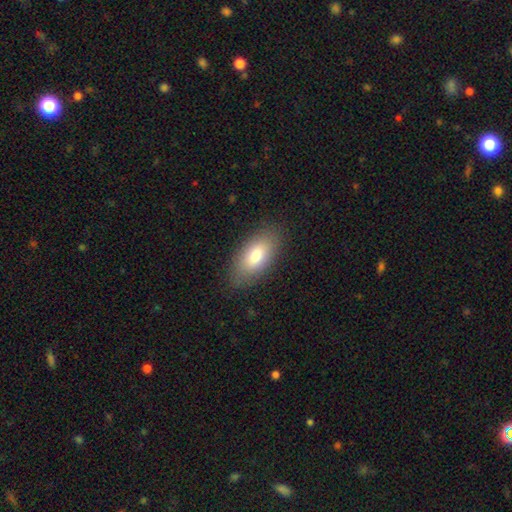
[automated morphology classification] Smooth or featured? smooth (81%)
How rounded? in between (91%)
Merging? none (85%)